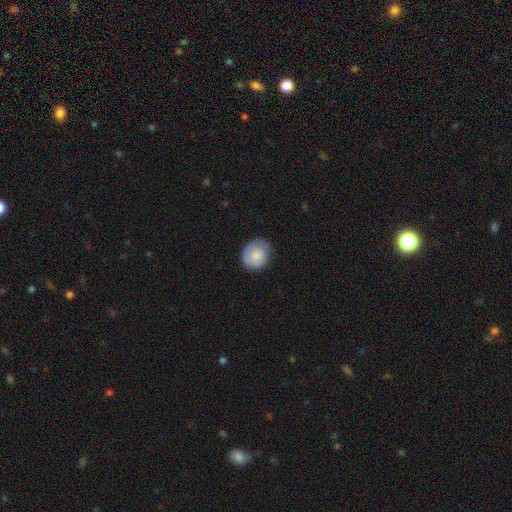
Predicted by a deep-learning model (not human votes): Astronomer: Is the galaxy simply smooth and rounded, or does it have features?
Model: smooth — 76%.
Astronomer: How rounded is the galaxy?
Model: round — 73%.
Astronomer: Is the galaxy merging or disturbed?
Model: none — 68%.